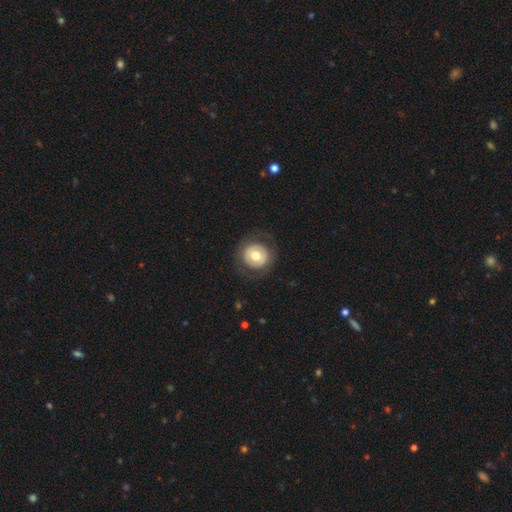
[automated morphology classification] smooth_or_featured: smooth (p=0.59) [alt: featured or disk p=0.34]
how_rounded: round (p=0.93) [alt: in between p=0.06]
merging: none (p=0.83) [alt: minor disturbance p=0.09]